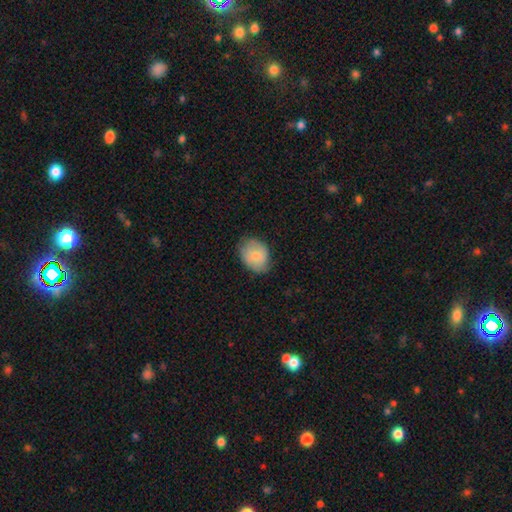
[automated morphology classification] Smooth or featured?
  - smooth: 76% *
  - featured or disk: 17%
  - star or artifact: 7%
How rounded?
  - in between: 59% *
  - round: 41%
  - cigar-shaped: 1%
Merging?
  - none: 71% *
  - minor disturbance: 24%
  - major disturbance: 5%
  - merger: 1%